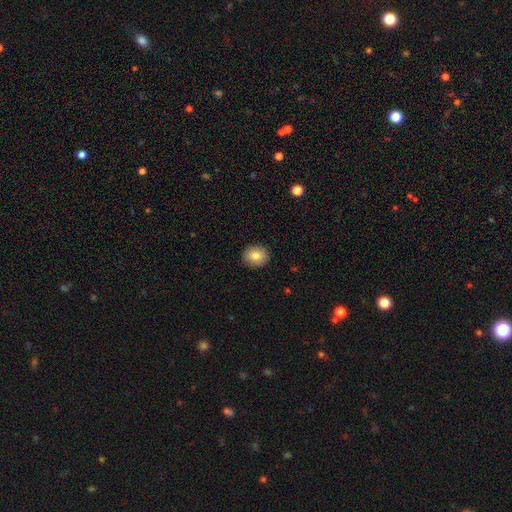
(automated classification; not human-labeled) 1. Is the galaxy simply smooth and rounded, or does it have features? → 83% smooth, 8% star or artifact, 8% featured or disk.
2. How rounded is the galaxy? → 64% round, 35% in between, 1% cigar-shaped.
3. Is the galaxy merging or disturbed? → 90% none, 7% minor disturbance, 2% major disturbance, 1% merger.